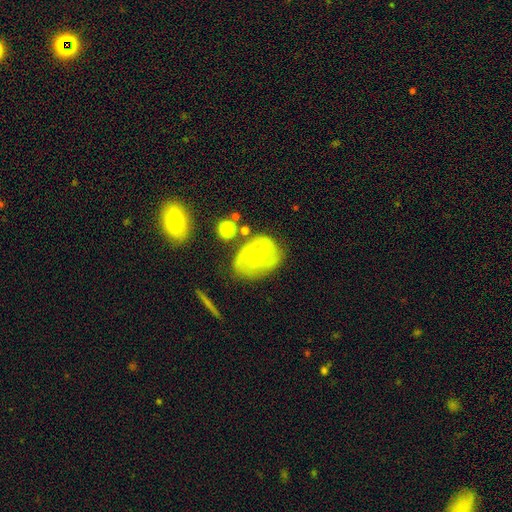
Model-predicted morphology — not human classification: A featured or disk galaxy (78%) with no bar (73%), 2 (30%) tight (57%) spiral arms (92%) and a small central bulge (78%).

Vote fractions:
- Smooth or featured? featured or disk: 78% / smooth: 15% / star or artifact: 7%
- Edge-on disk? no: 97% / yes: 3%
- Bar? no: 73% / weak: 24% / strong: 4%
- Spiral arms? yes: 92% / no: 8%
- Spiral winding? tight: 57% / medium: 34% / loose: 9%
- Spiral arm count? 2: 30% / 3: 27% / can't tell: 26% / 4: 7% / 1: 5% / more than 4: 4%
- Bulge size? small: 78% / moderate: 15% / none: 4% / large: 1% / dominant: 1%
- Merging? none: 66% / minor disturbance: 21% / major disturbance: 8% / merger: 5%